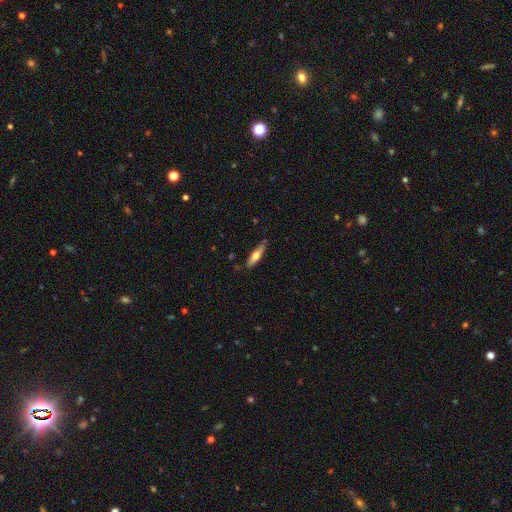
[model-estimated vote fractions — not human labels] Q: Smooth or featured?
A: smooth (57%); runner-up: featured or disk (37%)
Q: How rounded?
A: cigar-shaped (75%); runner-up: in between (23%)
Q: Merging?
A: none (80%); runner-up: minor disturbance (16%)